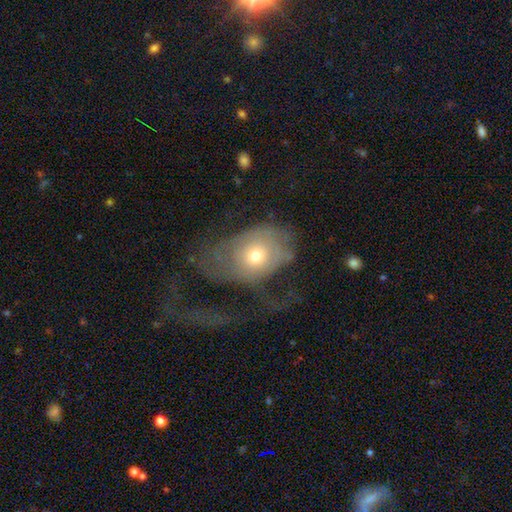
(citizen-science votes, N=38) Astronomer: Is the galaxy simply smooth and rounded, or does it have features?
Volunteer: featured or disk — 55% (runner-up: smooth, 39%).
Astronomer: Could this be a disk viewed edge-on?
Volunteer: no — 95%.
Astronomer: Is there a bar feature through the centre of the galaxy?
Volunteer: no — 80%.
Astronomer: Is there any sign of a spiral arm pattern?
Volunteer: yes — 75%.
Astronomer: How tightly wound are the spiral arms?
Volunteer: tight — 40% (runner-up: loose, 33%).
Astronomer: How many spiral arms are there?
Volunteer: can't tell — 80%.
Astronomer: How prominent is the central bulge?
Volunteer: moderate — 55% (runner-up: small, 40%).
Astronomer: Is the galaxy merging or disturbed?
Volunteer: major disturbance — 58%.